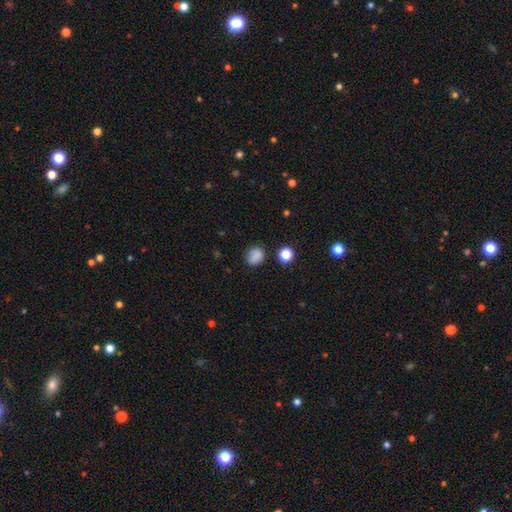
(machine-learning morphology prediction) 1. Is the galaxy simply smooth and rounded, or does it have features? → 82% smooth, 12% star or artifact, 6% featured or disk.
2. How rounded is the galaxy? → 72% round, 27% in between, 1% cigar-shaped.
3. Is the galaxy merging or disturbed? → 78% none, 14% minor disturbance, 4% major disturbance, 3% merger.